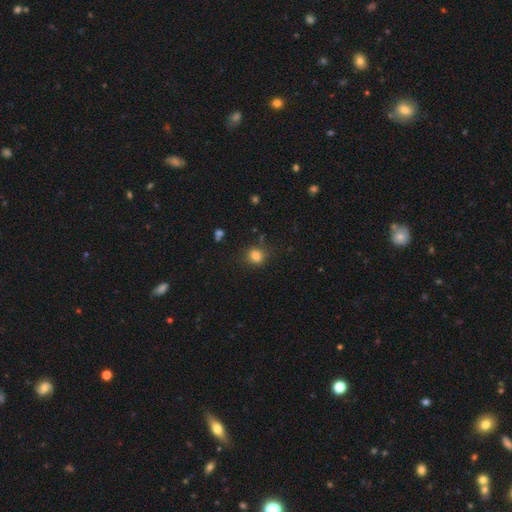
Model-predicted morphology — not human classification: Smooth or featured?
  - smooth: 81% *
  - star or artifact: 13%
  - featured or disk: 6%
How rounded?
  - round: 72% *
  - in between: 27%
  - cigar-shaped: 1%
Merging?
  - none: 79% *
  - minor disturbance: 14%
  - major disturbance: 4%
  - merger: 3%